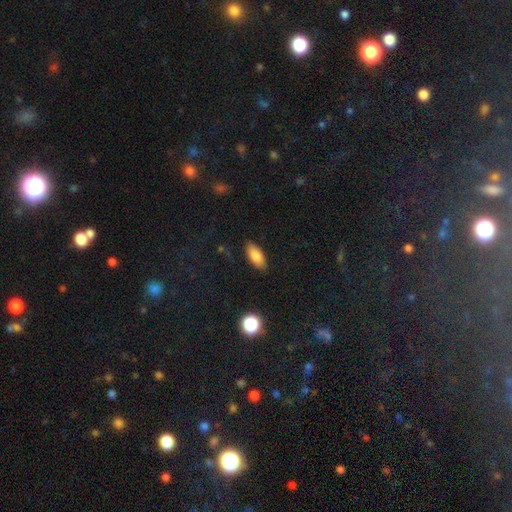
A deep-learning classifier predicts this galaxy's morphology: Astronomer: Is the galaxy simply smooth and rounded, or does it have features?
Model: smooth — 83%.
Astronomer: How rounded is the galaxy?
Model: in between — 87%.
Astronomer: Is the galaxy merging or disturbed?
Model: none — 87%.